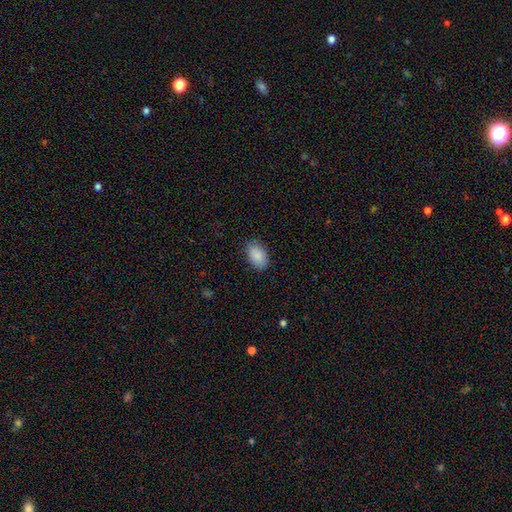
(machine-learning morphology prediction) A smooth galaxy with no disk features (90%) that is in between round and cigar-shaped (93%). Merging: none (86%).